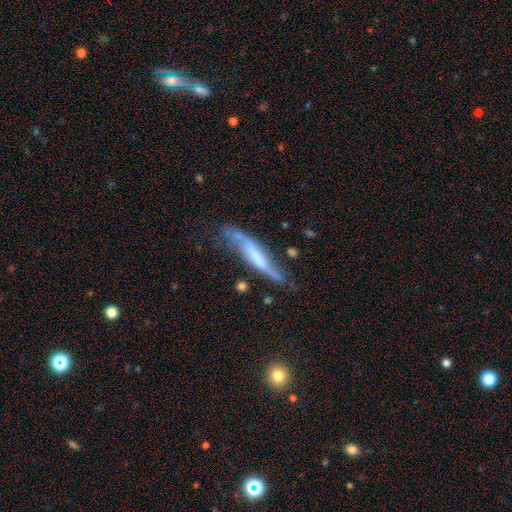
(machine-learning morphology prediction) A featured or disk galaxy (57%) viewed edge-on (61%). Merging: none (47%).